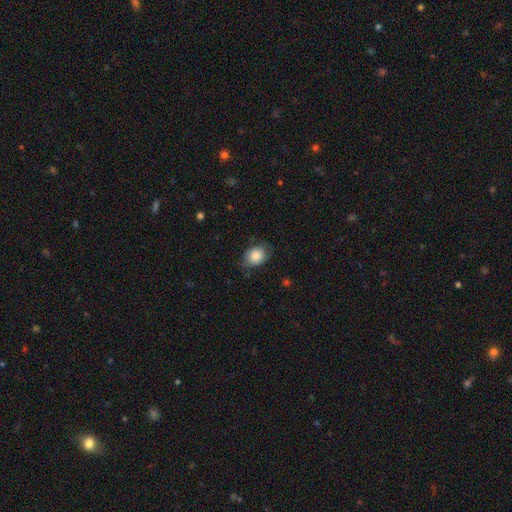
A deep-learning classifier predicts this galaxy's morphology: Q: Smooth or featured?
A: smooth (82%); runner-up: featured or disk (10%)
Q: How rounded?
A: in between (50%); runner-up: round (49%)
Q: Merging?
A: none (72%); runner-up: minor disturbance (21%)